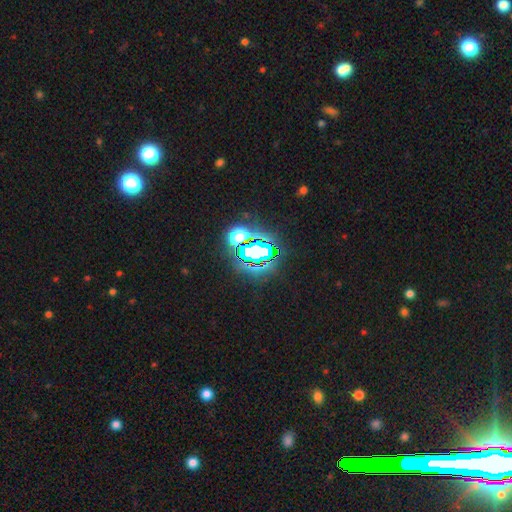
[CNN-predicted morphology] Smooth or featured: star or artifact — 80% (smooth — 14%)